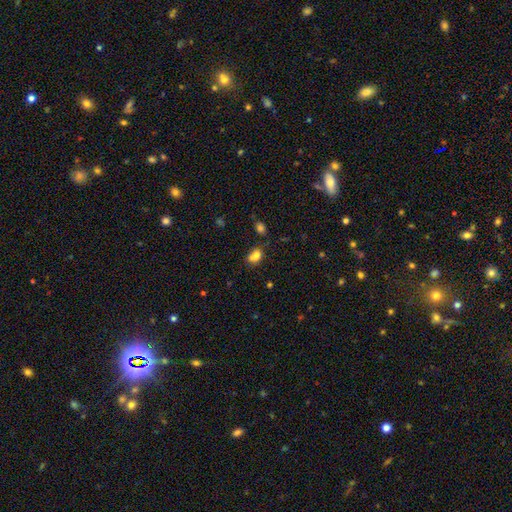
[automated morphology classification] A smooth galaxy with no disk features (74%) that is in between round and cigar-shaped (64%).

Vote fractions:
- Smooth or featured? smooth: 74% / star or artifact: 14% / featured or disk: 12%
- How rounded? in between: 64% / round: 34% / cigar-shaped: 2%
- Merging? merger: 40% / none: 38% / minor disturbance: 15% / major disturbance: 6%